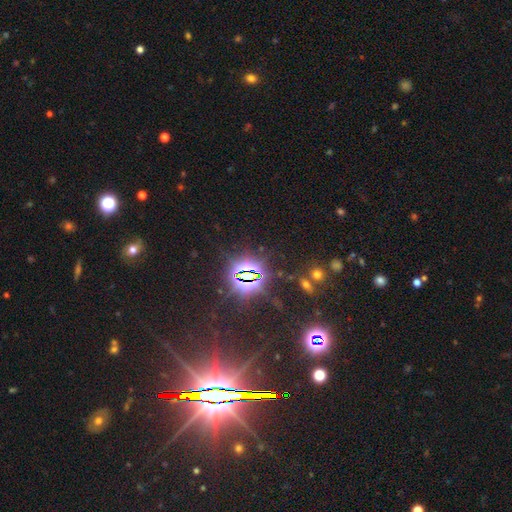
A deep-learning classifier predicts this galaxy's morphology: Smooth or featured? star or artifact (83%)